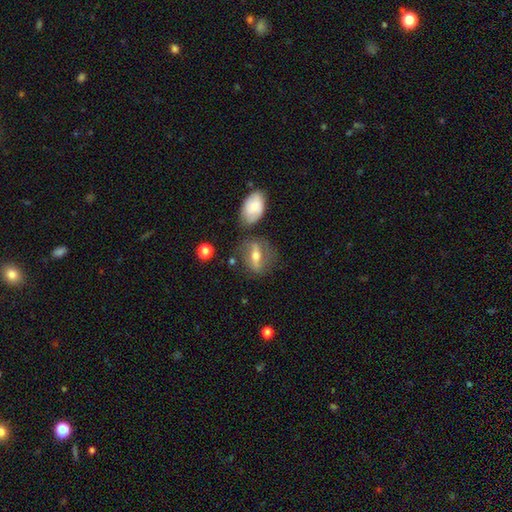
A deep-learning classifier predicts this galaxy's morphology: Smooth or featured? Predicted: featured or disk (p=0.54). Edge-on disk? Predicted: no (p=0.66). Merging? Predicted: none (p=0.64).